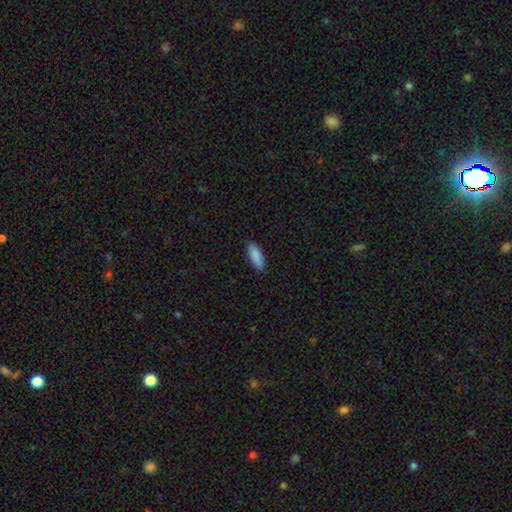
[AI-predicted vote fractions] Smooth or featured? smooth (88%)
How rounded? in between (68%)
Merging? none (87%)